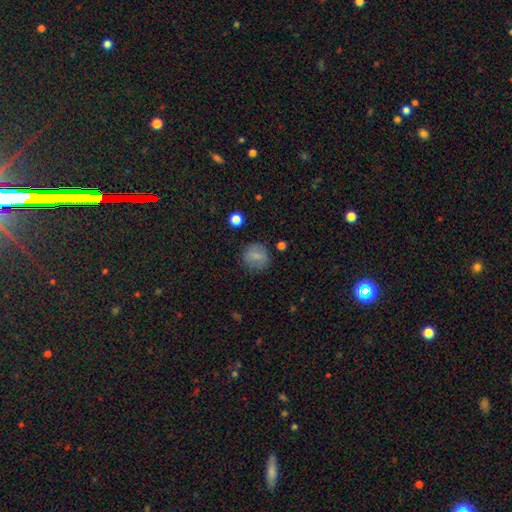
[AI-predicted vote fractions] Smooth or featured? smooth (77%)
How rounded? round (80%)
Merging? none (79%)